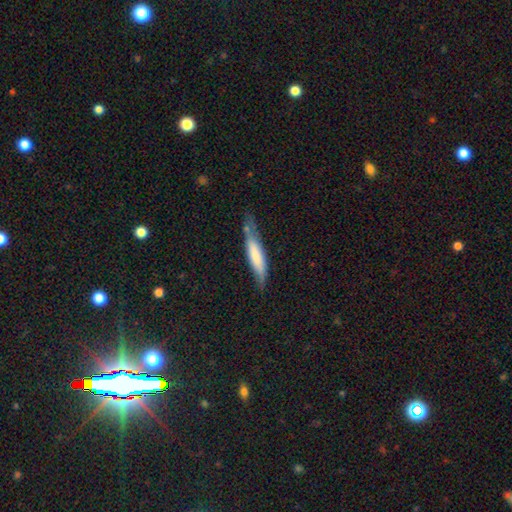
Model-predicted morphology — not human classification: This is likely a smooth galaxy (63%). How rounded: clearly cigar-shaped (80%). Merging: likely none (62%).